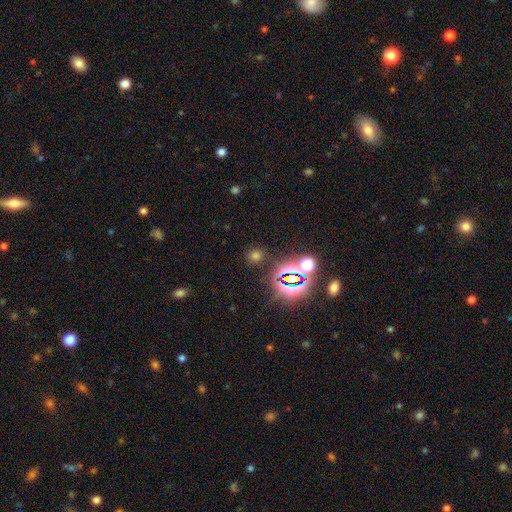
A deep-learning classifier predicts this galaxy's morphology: type=smooth (57%); roundness=round (80%); merging=none (84%).